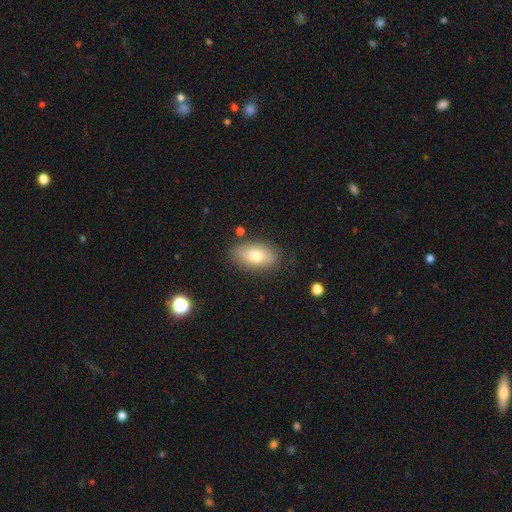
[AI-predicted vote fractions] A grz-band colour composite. It shows a smooth galaxy with no disk features (76%) that is in between round and cigar-shaped (92%). Merging: none (81%).